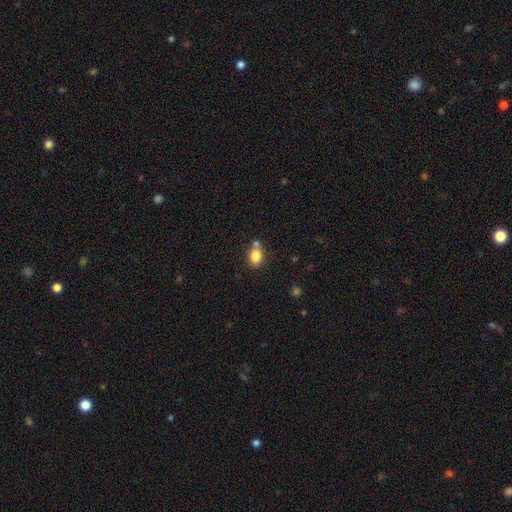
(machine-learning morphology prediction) Smooth or featured? Predicted: smooth (p=0.83). How rounded? Predicted: in between (p=0.61). Merging? Predicted: none (p=0.59).